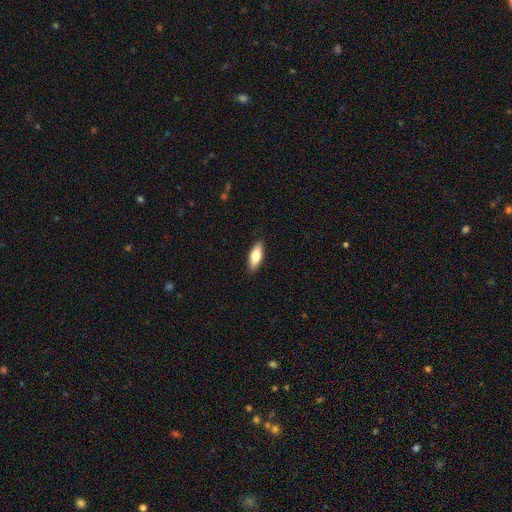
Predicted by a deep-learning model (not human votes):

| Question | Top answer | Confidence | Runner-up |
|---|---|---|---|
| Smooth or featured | smooth | 75% | featured or disk (19%) |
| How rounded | in between | 72% | cigar-shaped (26%) |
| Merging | none | 88% | minor disturbance (9%) |